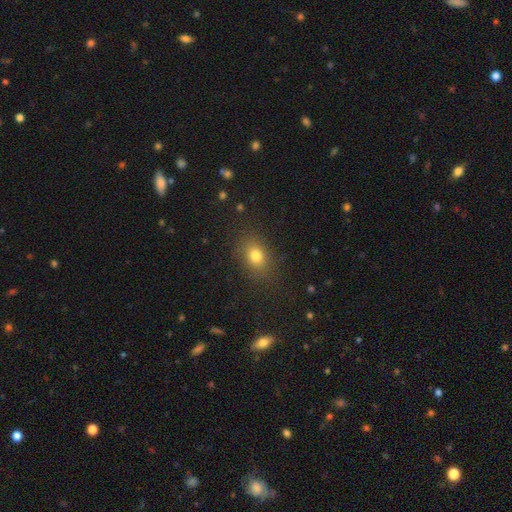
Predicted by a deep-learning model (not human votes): The model was most divided on "how rounded": in between: 60%, round: 38%, cigar-shaped: 2%. More confident: merging — none (83%); smooth or featured — smooth (77%).